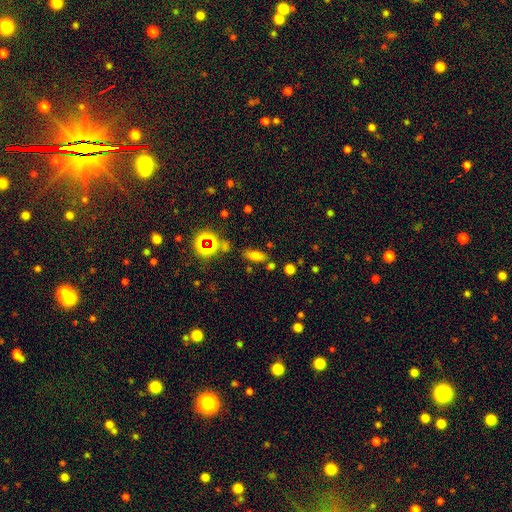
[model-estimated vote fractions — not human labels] smooth-or-featured: smooth: 66% | star or artifact: 21% | featured or disk: 13%
  how-rounded: in between: 71% | cigar-shaped: 22% | round: 8%
  merging: none: 71% | minor disturbance: 14% | merger: 9% | major disturbance: 5%